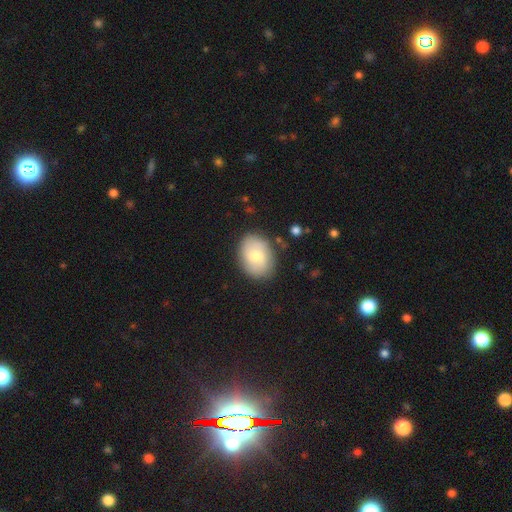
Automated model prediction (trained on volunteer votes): The model was most divided on "smooth or featured": smooth: 59%, featured or disk: 34%, star or artifact: 7%. More confident: merging — none (82%); how rounded — in between (74%).